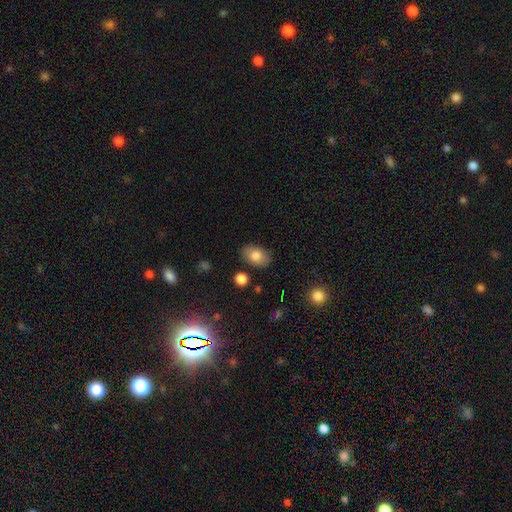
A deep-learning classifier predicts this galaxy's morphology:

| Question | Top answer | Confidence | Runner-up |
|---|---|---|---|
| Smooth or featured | smooth | 79% | featured or disk (12%) |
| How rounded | in between | 85% | round (13%) |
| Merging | none | 83% | minor disturbance (12%) |